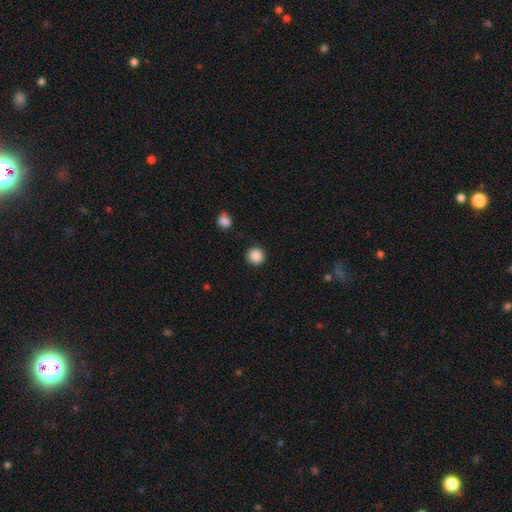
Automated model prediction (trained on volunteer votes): Smooth or featured?
  - smooth: 88% *
  - star or artifact: 10%
  - featured or disk: 2%
How rounded?
  - round: 95% *
  - in between: 4%
  - cigar-shaped: 1%
Merging?
  - none: 90% *
  - minor disturbance: 6%
  - major disturbance: 2%
  - merger: 2%